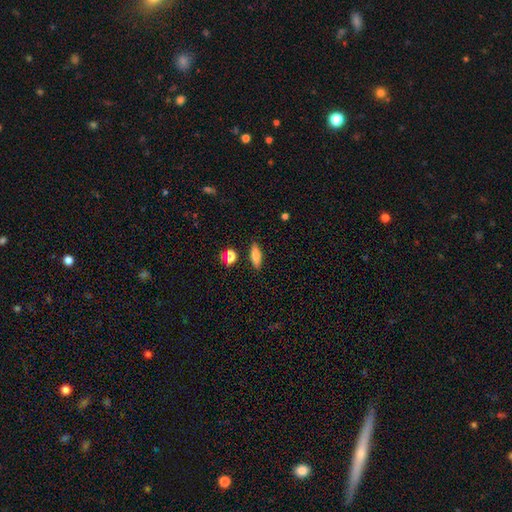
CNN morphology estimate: A smooth galaxy with no disk features (78%) that is in between round and cigar-shaped (57%).

Vote fractions:
- Smooth or featured? smooth: 78% / featured or disk: 13% / star or artifact: 9%
- How rounded? in between: 57% / cigar-shaped: 39% / round: 4%
- Merging? none: 86% / minor disturbance: 9% / merger: 3% / major disturbance: 2%